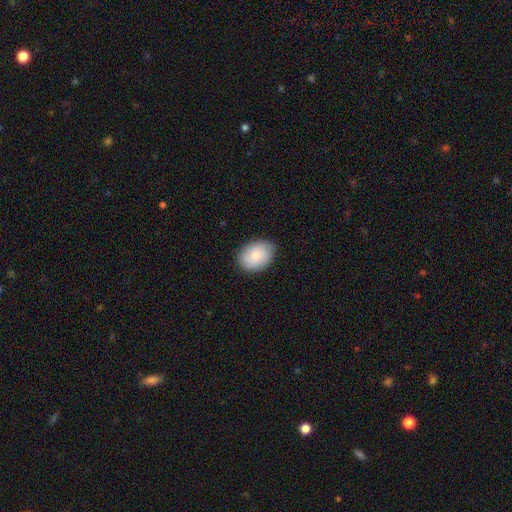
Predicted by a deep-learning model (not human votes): A smooth galaxy with no disk features (76%) that is in between round and cigar-shaped (75%). Merging: none (82%).